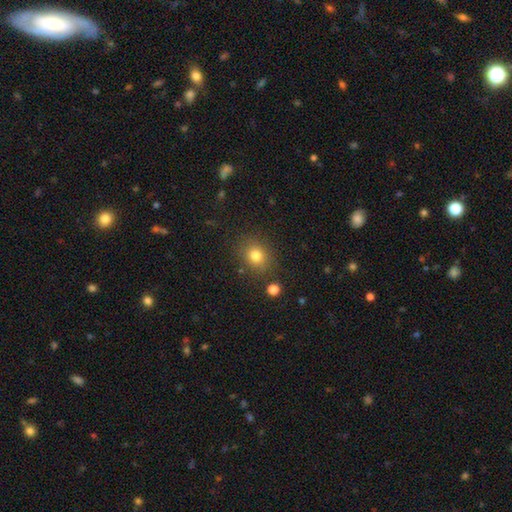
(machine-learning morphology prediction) Smooth or featured: smooth — 79% (star or artifact — 13%)
How rounded: round — 70% (in between — 29%)
Merging: none — 83% (minor disturbance — 10%)